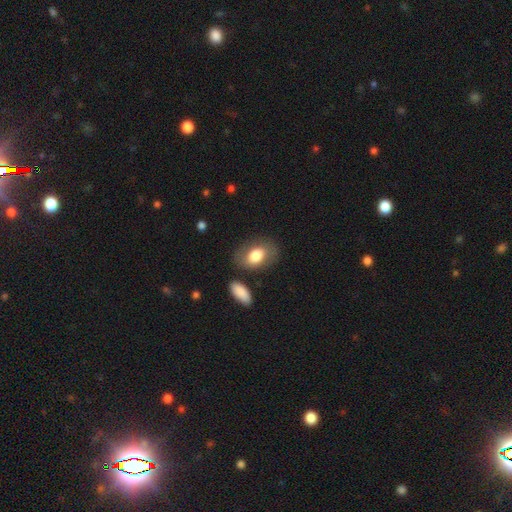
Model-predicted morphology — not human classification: smooth_or_featured: smooth (p=0.76) [alt: featured or disk p=0.18]
how_rounded: in between (p=0.85) [alt: round p=0.14]
merging: none (p=0.73) [alt: minor disturbance p=0.15]